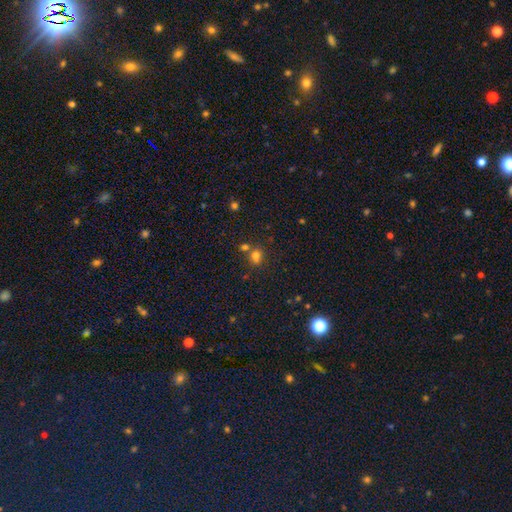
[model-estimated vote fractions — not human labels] A smooth galaxy with no disk features (72%) that is round (62%). Merging: none (56%).